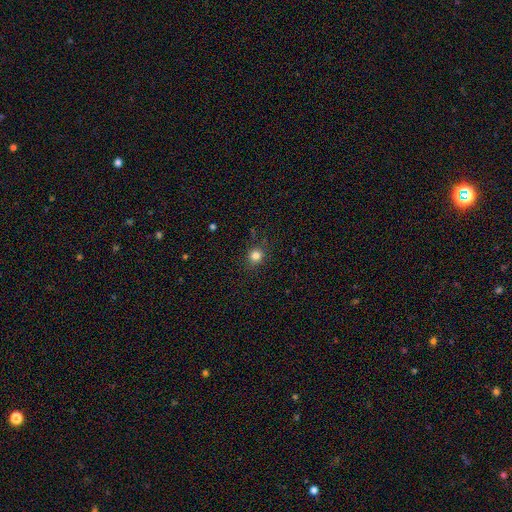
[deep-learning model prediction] The model was most divided on "smooth or featured": smooth: 81%, star or artifact: 14%, featured or disk: 5%. More confident: how rounded — round (90%); merging — none (86%).